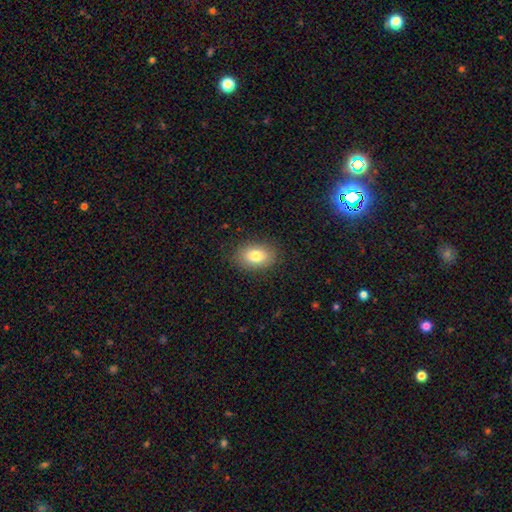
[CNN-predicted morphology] A smooth galaxy with no disk features (80%) that is in between round and cigar-shaped (84%).

Vote fractions:
- Smooth or featured? smooth: 80% / featured or disk: 12% / star or artifact: 8%
- How rounded? in between: 84% / round: 15% / cigar-shaped: 1%
- Merging? none: 85% / minor disturbance: 11% / major disturbance: 3% / merger: 1%